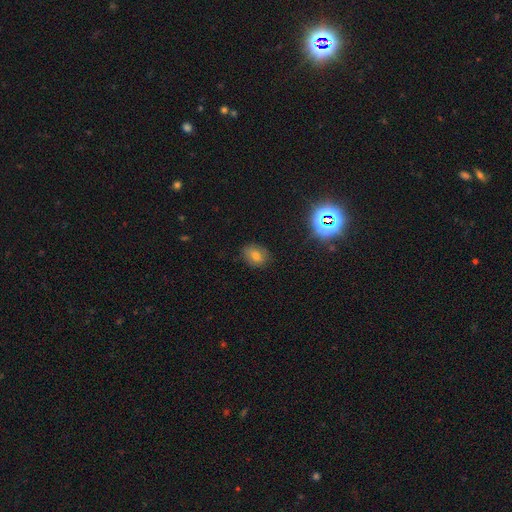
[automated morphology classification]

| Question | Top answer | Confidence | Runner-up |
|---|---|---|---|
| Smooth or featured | smooth | 72% | star or artifact (16%) |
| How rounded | in between | 61% | round (38%) |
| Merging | none | 82% | minor disturbance (13%) |